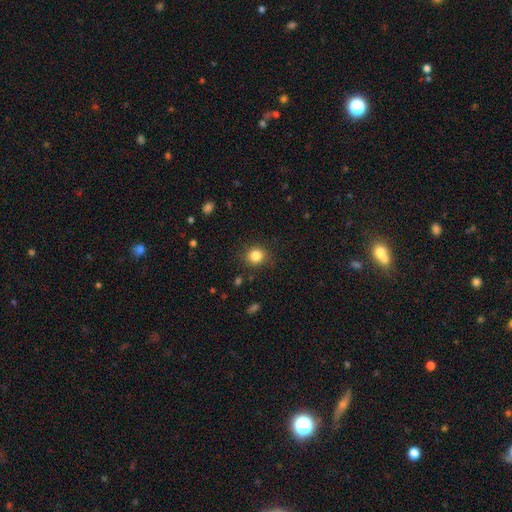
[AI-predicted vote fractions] A smooth galaxy with no disk features (83%) that is round (86%).

Vote fractions:
- Smooth or featured? smooth: 83% / star or artifact: 11% / featured or disk: 5%
- How rounded? round: 86% / in between: 13% / cigar-shaped: 1%
- Merging? none: 87% / minor disturbance: 8% / major disturbance: 3% / merger: 1%